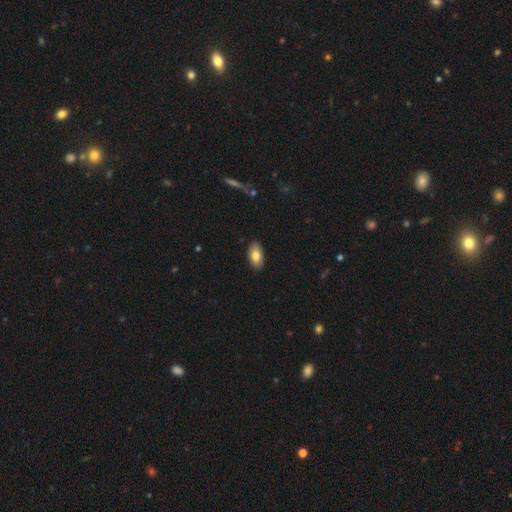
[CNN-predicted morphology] Smooth or featured? smooth (80%)
How rounded? in between (94%)
Merging? none (89%)